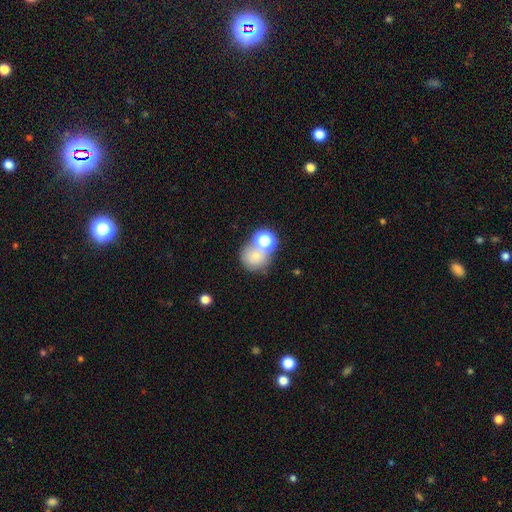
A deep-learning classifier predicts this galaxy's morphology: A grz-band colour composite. It shows a smooth galaxy with no disk features (70%) that is round (79%). Merging: none (44%).